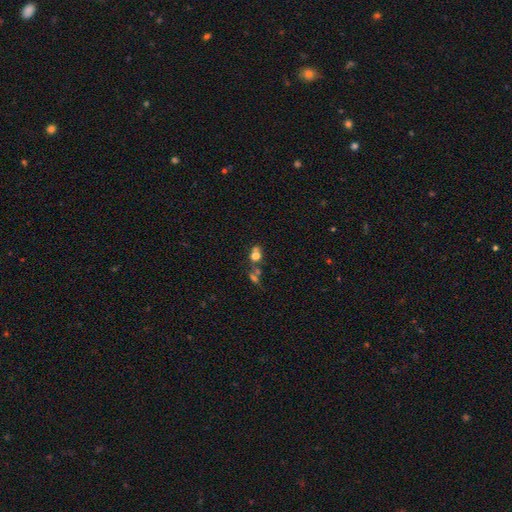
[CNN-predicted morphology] smooth 64%, star or artifact 19%, featured or disk 17%. Down the decision tree: how rounded — round (58%); merging — none (41%).